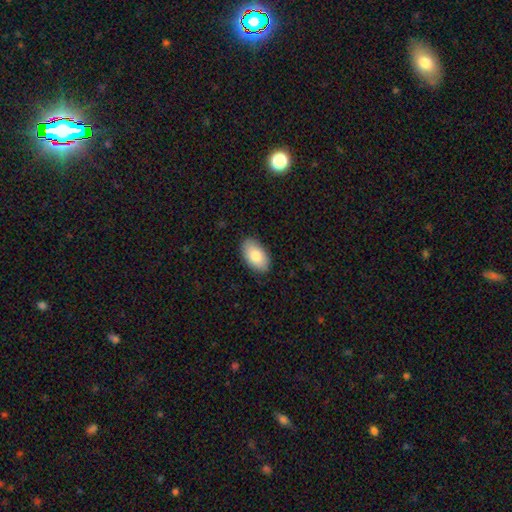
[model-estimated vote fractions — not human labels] Smooth or featured? smooth (81%)
How rounded? in between (95%)
Merging? none (88%)